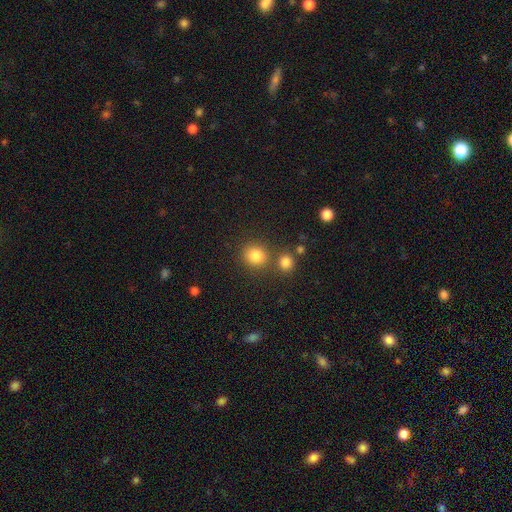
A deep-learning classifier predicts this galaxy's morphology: Smooth or featured?
  - smooth: 82% *
  - star or artifact: 12%
  - featured or disk: 6%
How rounded?
  - round: 83% *
  - in between: 16%
  - cigar-shaped: 1%
Merging?
  - none: 74% *
  - merger: 14%
  - minor disturbance: 9%
  - major disturbance: 3%